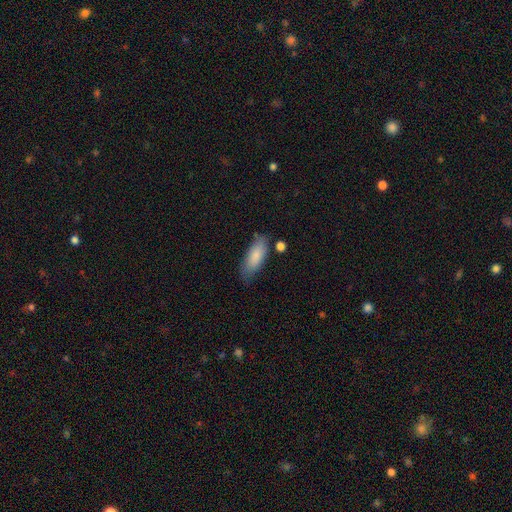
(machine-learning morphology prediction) Smooth or featured?
  - smooth: 85% *
  - featured or disk: 9%
  - star or artifact: 6%
How rounded?
  - in between: 71% *
  - cigar-shaped: 27%
  - round: 2%
Merging?
  - none: 72% *
  - minor disturbance: 19%
  - merger: 5%
  - major disturbance: 4%